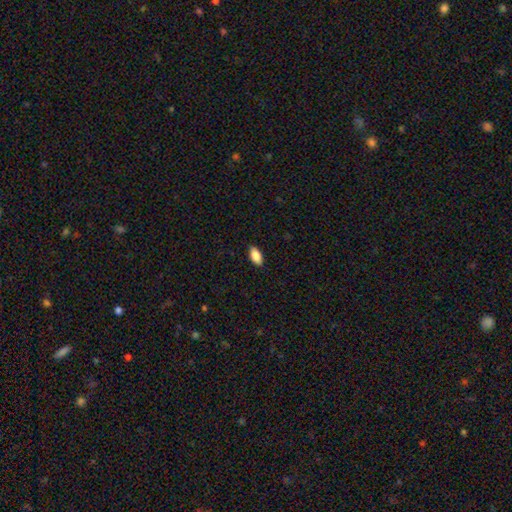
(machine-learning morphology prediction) smooth_or_featured: smooth (p=0.86) [alt: featured or disk p=0.07]
how_rounded: in between (p=0.92) [alt: cigar-shaped p=0.06]
merging: none (p=0.89) [alt: minor disturbance p=0.08]